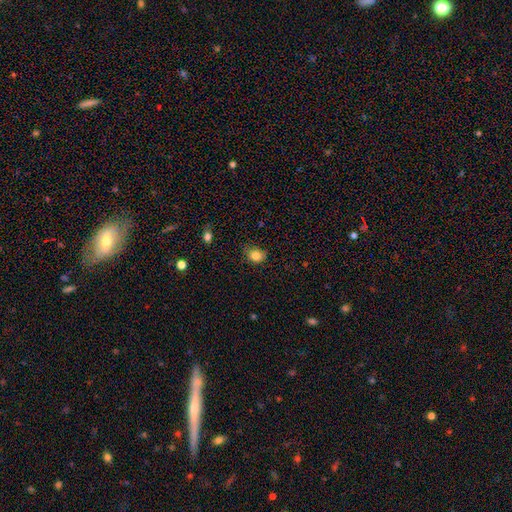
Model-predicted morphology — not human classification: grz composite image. It shows a smooth galaxy with no disk features (83%) that is round (61%). Merging: none (69%).